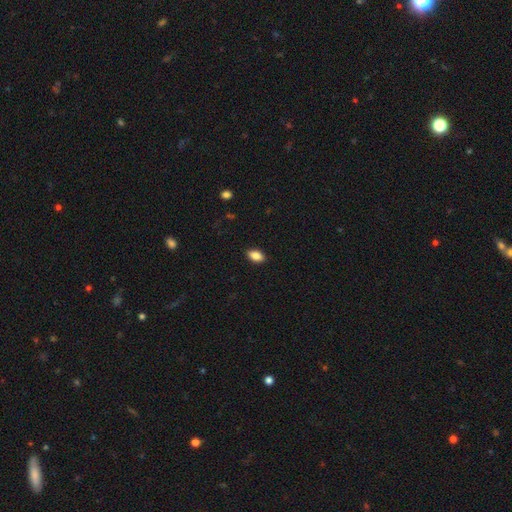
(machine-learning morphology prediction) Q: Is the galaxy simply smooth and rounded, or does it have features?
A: smooth — 86%.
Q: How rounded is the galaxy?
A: in between — 91%.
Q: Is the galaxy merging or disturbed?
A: none — 90%.